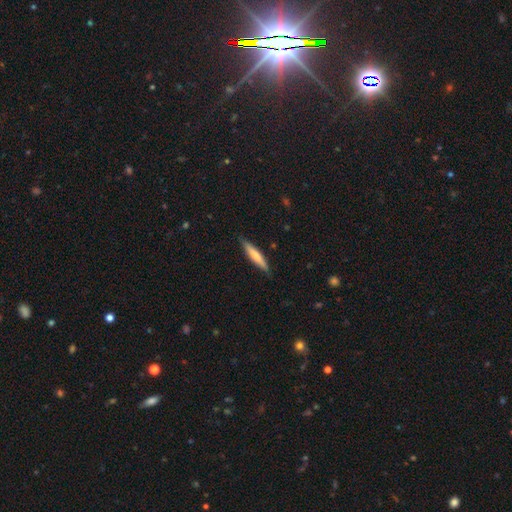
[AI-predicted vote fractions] Morphology: type=smooth (61%); roundness=cigar-shaped (89%); merging=none (86%).